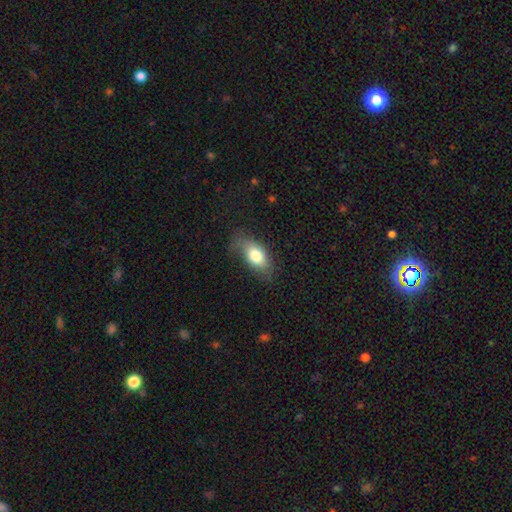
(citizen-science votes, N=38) A smooth galaxy with no disk features (87%) that is in between round and cigar-shaped (91%). Merging: none (49%).